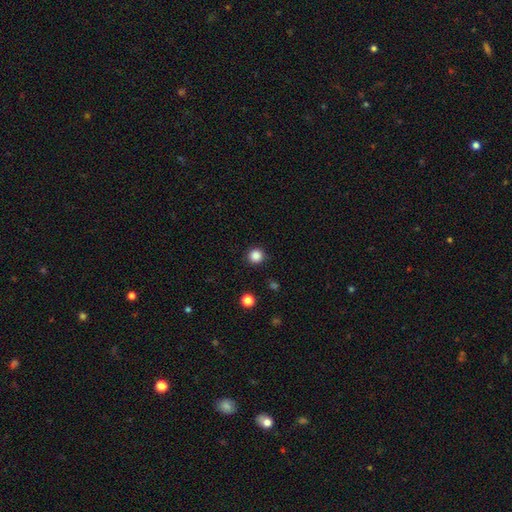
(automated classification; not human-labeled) Smooth or featured? Predicted: smooth (p=0.86). How rounded? Predicted: round (p=0.95). Merging? Predicted: none (p=0.91).